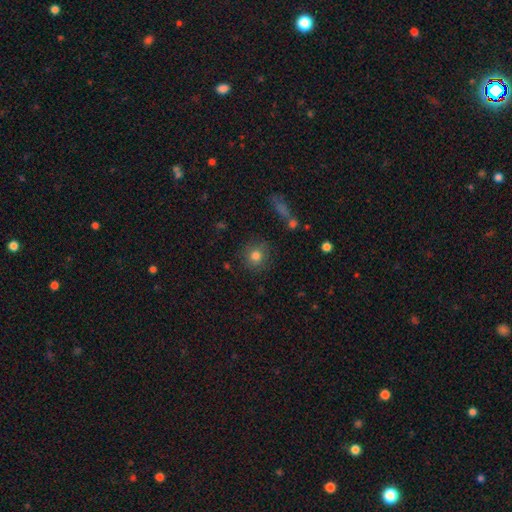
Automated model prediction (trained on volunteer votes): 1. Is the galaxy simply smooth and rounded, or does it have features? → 80% smooth, 11% star or artifact, 9% featured or disk.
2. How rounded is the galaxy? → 87% round, 12% in between, 1% cigar-shaped.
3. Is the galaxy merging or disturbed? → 83% none, 11% minor disturbance, 4% major disturbance, 2% merger.